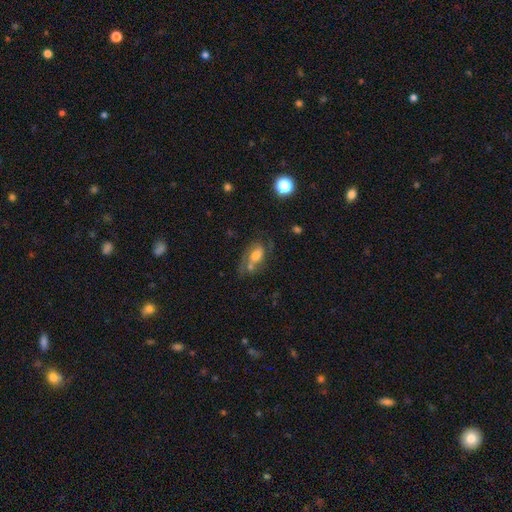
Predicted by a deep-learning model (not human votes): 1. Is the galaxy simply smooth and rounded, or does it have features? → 51% smooth, 38% featured or disk, 11% star or artifact.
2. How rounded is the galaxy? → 83% in between, 12% round, 5% cigar-shaped.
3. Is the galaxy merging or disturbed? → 34% none, 26% merger, 21% minor disturbance, 19% major disturbance.